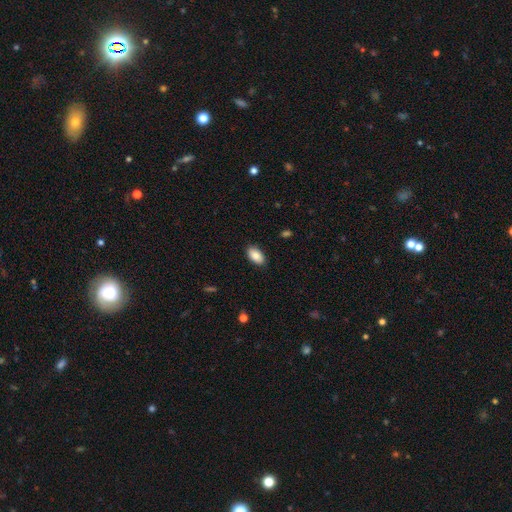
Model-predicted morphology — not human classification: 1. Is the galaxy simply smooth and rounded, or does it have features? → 87% smooth, 7% star or artifact, 7% featured or disk.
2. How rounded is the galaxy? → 94% in between, 4% round, 2% cigar-shaped.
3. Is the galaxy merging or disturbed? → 88% none, 9% minor disturbance, 2% major disturbance, 1% merger.